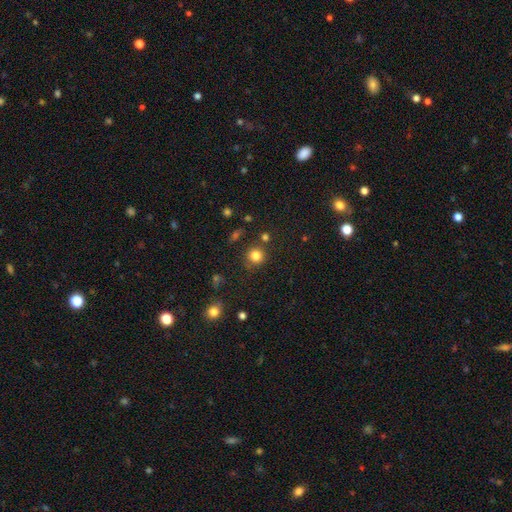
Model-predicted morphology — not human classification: type=smooth (82%); roundness=round (92%); merging=none (82%).